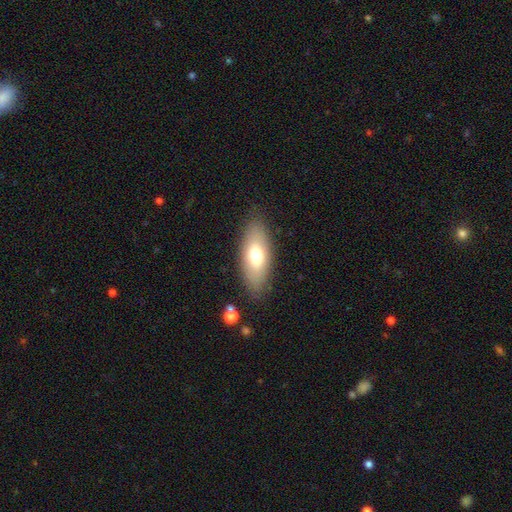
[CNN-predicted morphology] A smooth galaxy with no disk features (68%) that is in between round and cigar-shaped (79%). Merging: none (84%).